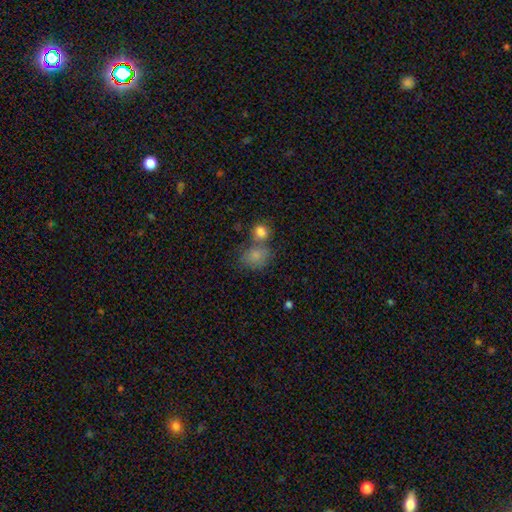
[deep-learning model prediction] Smooth or featured? smooth (80%)
How rounded? round (58%)
Merging? none (41%)